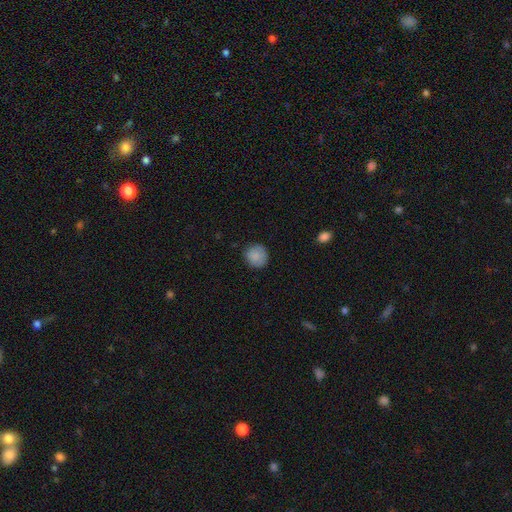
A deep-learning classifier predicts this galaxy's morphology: Smooth or featured? Predicted: smooth (p=0.87). How rounded? Predicted: round (p=0.90). Merging? Predicted: none (p=0.85).